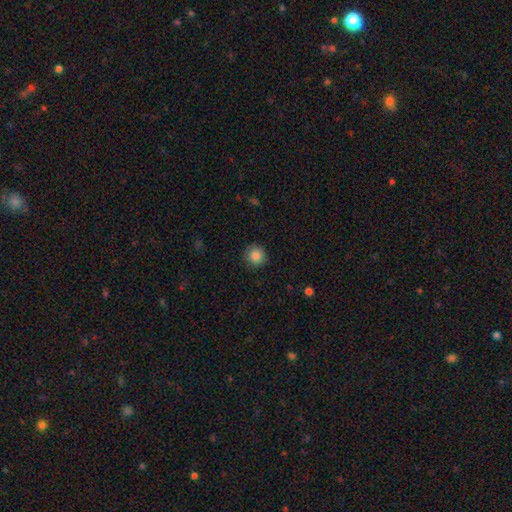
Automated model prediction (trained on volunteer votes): This appears to be a smooth galaxy with no disk features (85%) that is round (94%). Merging: none (89%).